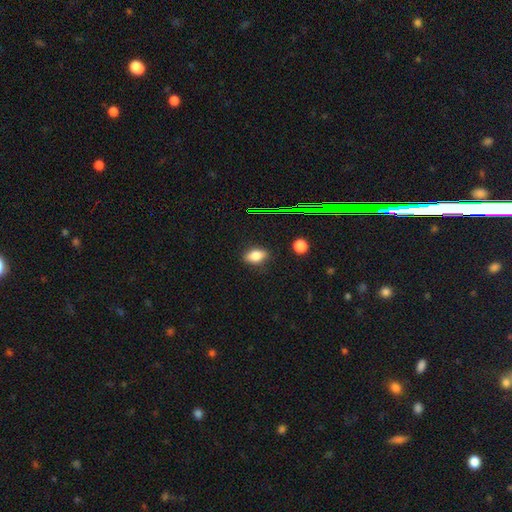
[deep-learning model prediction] Q: Smooth or featured?
A: smooth (78%); runner-up: star or artifact (13%)
Q: How rounded?
A: in between (83%); runner-up: round (14%)
Q: Merging?
A: none (82%); runner-up: minor disturbance (13%)